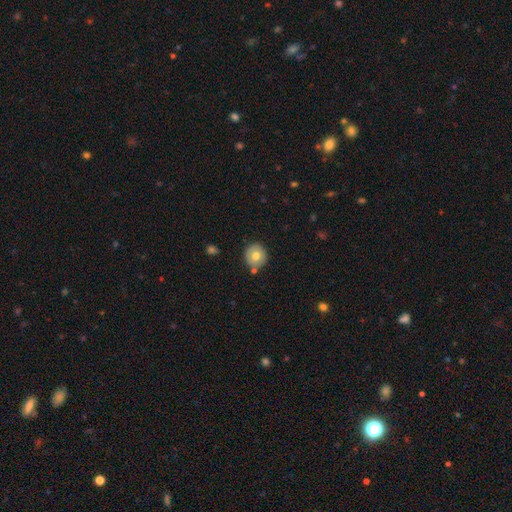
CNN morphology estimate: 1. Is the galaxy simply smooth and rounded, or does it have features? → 71% smooth, 20% featured or disk, 8% star or artifact.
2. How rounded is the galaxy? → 89% round, 10% in between, 1% cigar-shaped.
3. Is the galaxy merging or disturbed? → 83% none, 9% minor disturbance, 5% merger, 2% major disturbance.